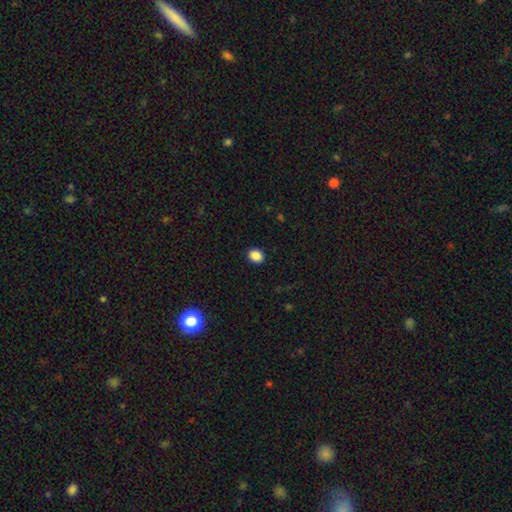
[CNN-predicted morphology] type=smooth (88%); roundness=in between (50%); merging=none (90%).